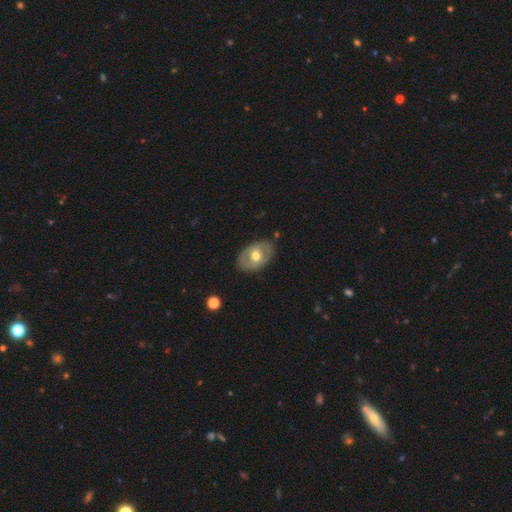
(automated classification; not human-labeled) A featured or disk galaxy (54%).

Vote fractions:
- Smooth or featured? featured or disk: 54% / smooth: 41% / star or artifact: 5%
- Edge-on disk? no: 91% / yes: 9%
- Merging? none: 82% / minor disturbance: 13% / major disturbance: 4% / merger: 1%